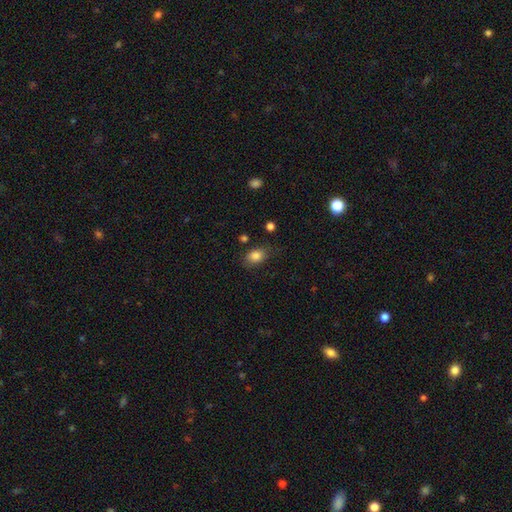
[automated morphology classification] Smooth or featured: smooth — 84% (star or artifact — 10%)
How rounded: in between — 69% (round — 30%)
Merging: none — 71% (minor disturbance — 21%)